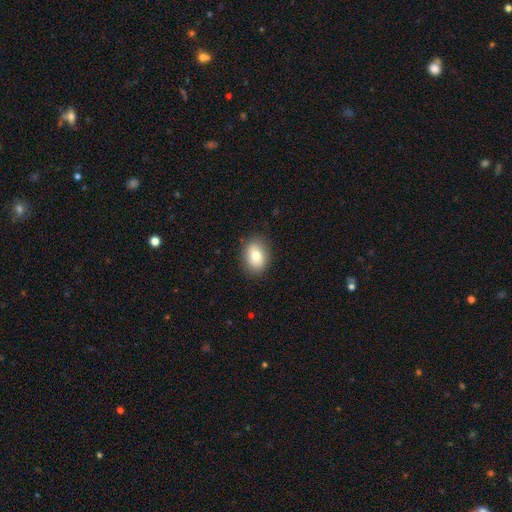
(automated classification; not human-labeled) smooth_or_featured: smooth (p=0.78) [alt: featured or disk p=0.14]
how_rounded: in between (p=0.69) [alt: round p=0.30]
merging: none (p=0.87) [alt: minor disturbance p=0.10]